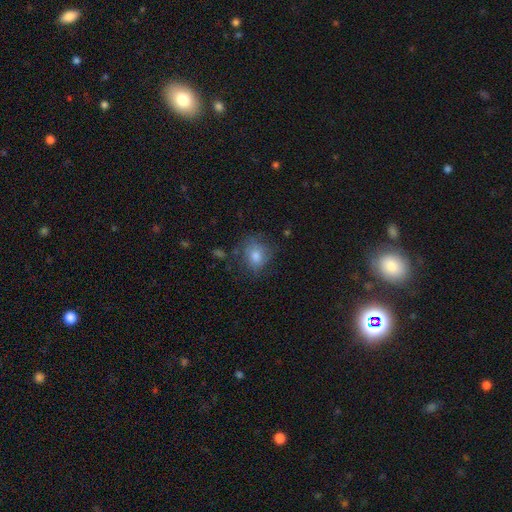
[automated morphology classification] Overall: smooth (68%). How rounded: round (70%). Merging: none (64%).